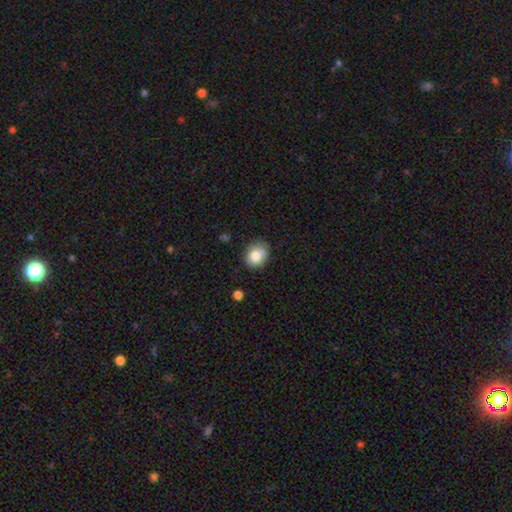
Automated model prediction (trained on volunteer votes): A smooth galaxy with no disk features (82%) that is round (61%). Merging: none (73%).